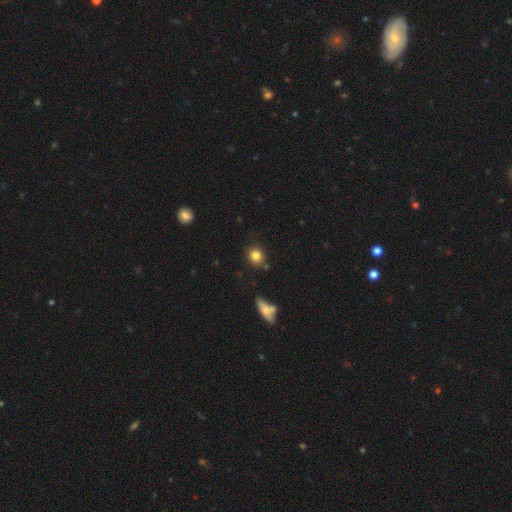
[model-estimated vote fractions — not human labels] Morphology: type=smooth (82%); roundness=round (77%); merging=none (81%).